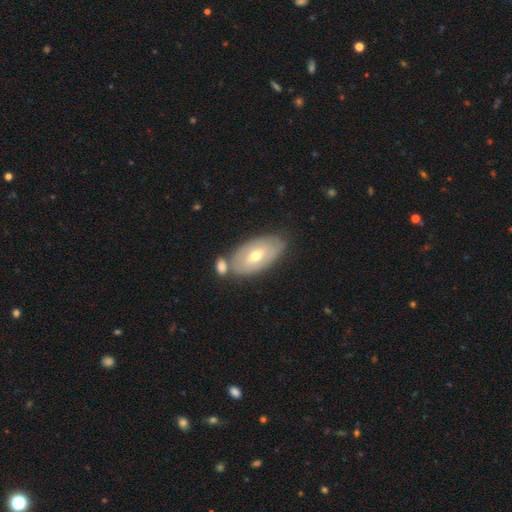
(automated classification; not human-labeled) smooth_or_featured: featured or disk (p=0.50) [alt: smooth p=0.44]
merging: none (p=0.62) [alt: merger p=0.20]